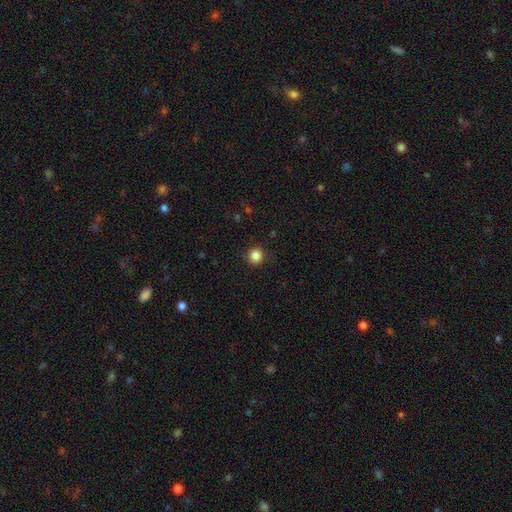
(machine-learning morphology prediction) This appears to be a smooth galaxy with no disk features (85%) that is round (93%). Merging: none (91%).